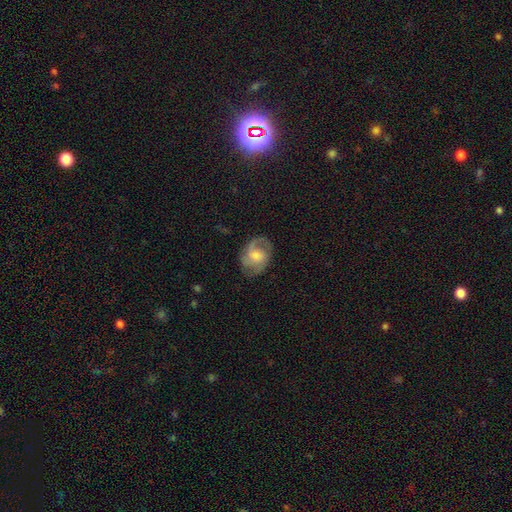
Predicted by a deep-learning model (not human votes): featured or disk 64%, smooth 29%, star or artifact 7%. Down the decision tree: edge-on disk — no (97%); bar — no (55%); spiral arms — yes (89%); spiral arm count — 2 (61%); spiral winding — medium (49%); bulge size — moderate (52%); merging — none (68%).